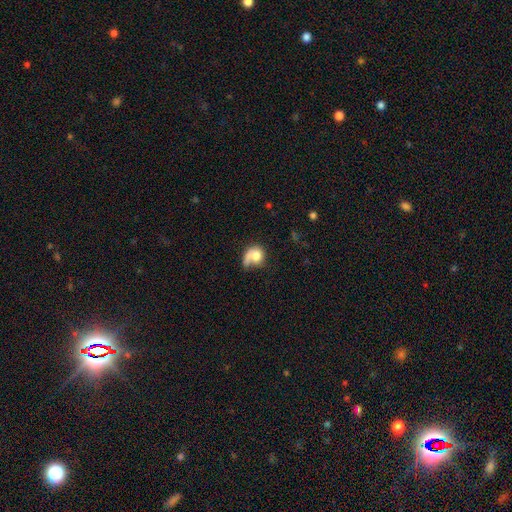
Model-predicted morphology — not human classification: This appears to be a smooth galaxy with no disk features (60%) that is round (58%). Merging: major disturbance (33%).